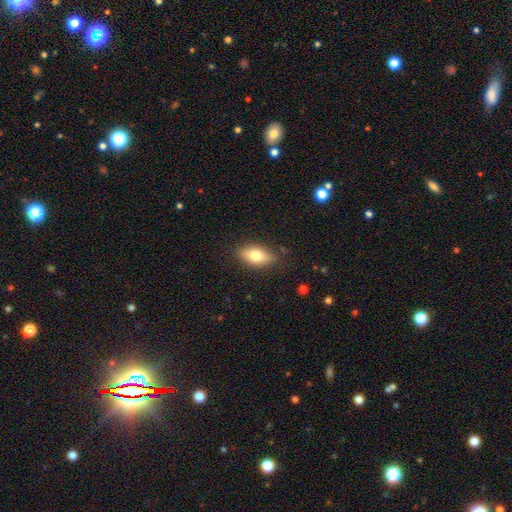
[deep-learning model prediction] The model was most divided on "smooth or featured": smooth: 73%, featured or disk: 20%, star or artifact: 7%. More confident: how rounded — in between (86%); merging — none (83%).